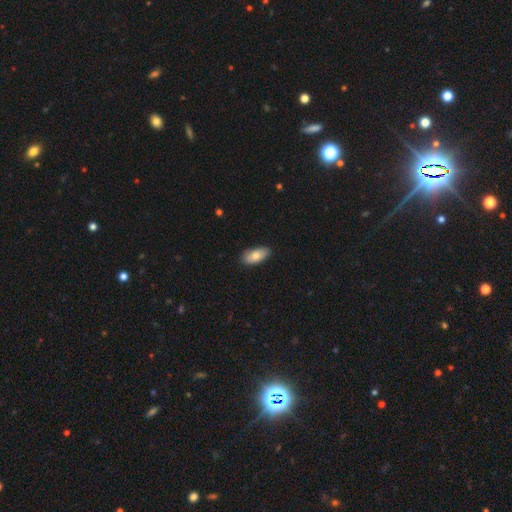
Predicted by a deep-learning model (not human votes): Overall: smooth (76%). How rounded: in between (91%). Merging: none (86%).